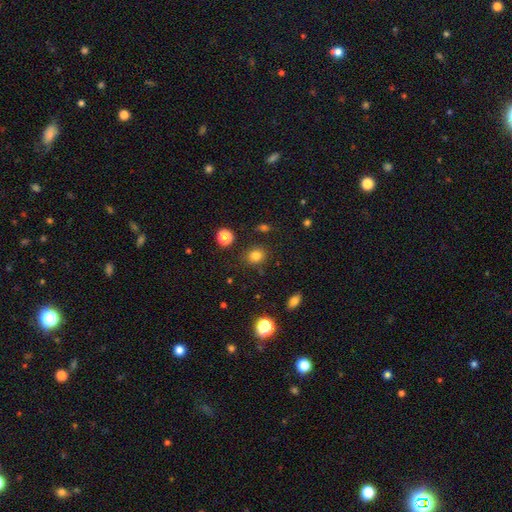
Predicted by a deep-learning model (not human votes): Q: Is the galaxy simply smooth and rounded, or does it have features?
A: smooth — 80%.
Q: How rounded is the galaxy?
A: round — 69%.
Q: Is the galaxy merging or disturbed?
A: none — 84%.